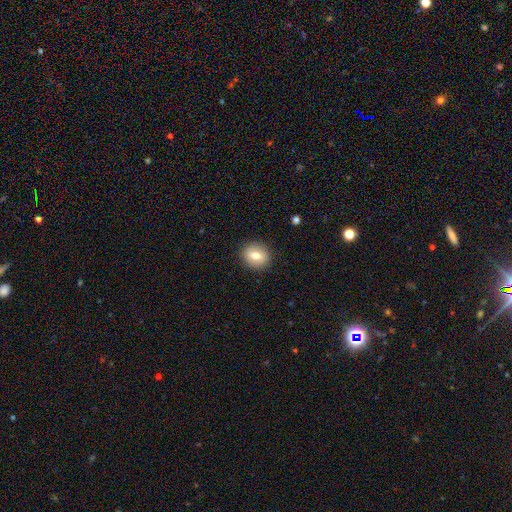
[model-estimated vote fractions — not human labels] This is likely a smooth galaxy (69%). How rounded: likely round (79%). Merging: clearly none (89%).